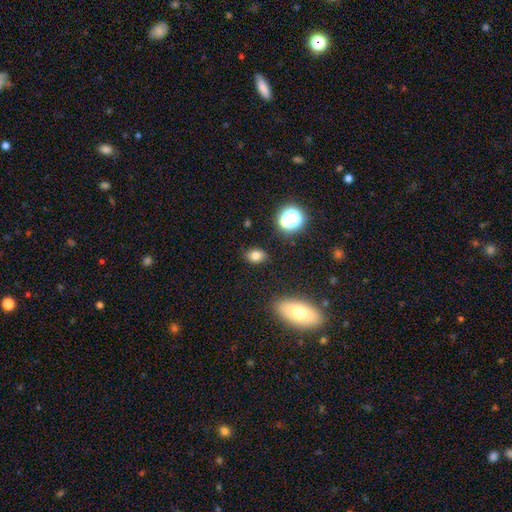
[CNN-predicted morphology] A smooth galaxy with no disk features (77%) that is in between round and cigar-shaped (69%). Merging: none (84%).